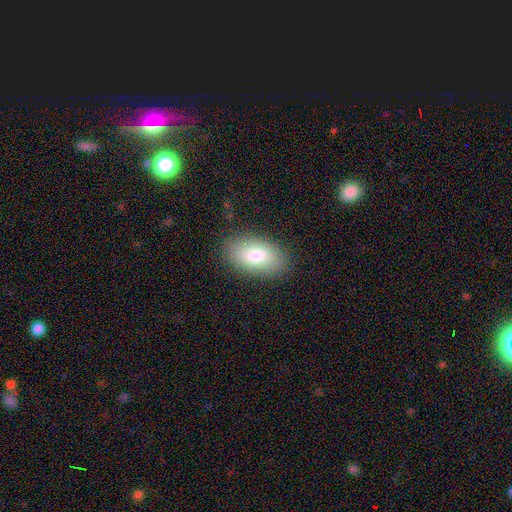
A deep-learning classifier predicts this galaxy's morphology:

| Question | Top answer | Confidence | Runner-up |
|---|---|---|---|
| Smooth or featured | smooth | 80% | featured or disk (13%) |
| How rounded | in between | 93% | round (5%) |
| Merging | none | 86% | minor disturbance (10%) |